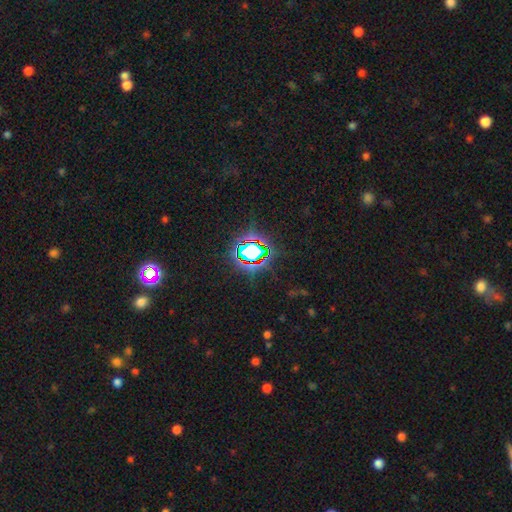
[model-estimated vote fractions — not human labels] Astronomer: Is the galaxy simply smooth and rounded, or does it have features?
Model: star or artifact — 75%.